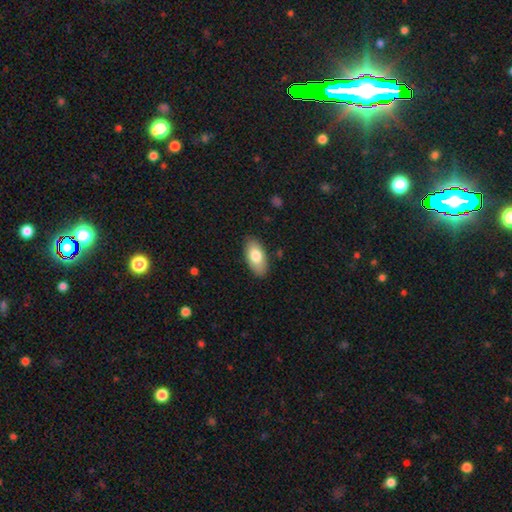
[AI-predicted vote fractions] The model was most divided on "smooth or featured": smooth: 78%, featured or disk: 16%, star or artifact: 6%. More confident: how rounded — in between (92%); merging — none (86%).